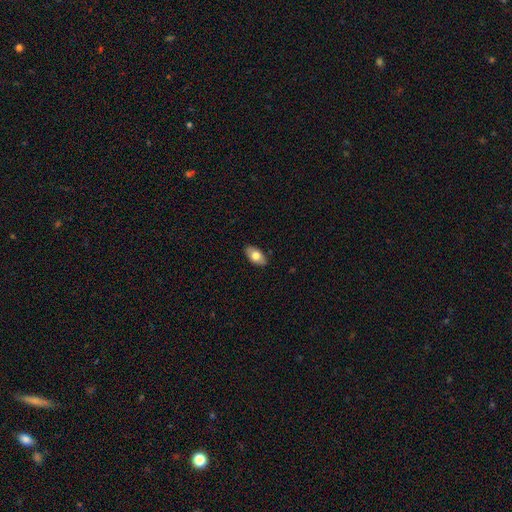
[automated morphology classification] type=smooth (76%); roundness=in between (93%); merging=none (87%).